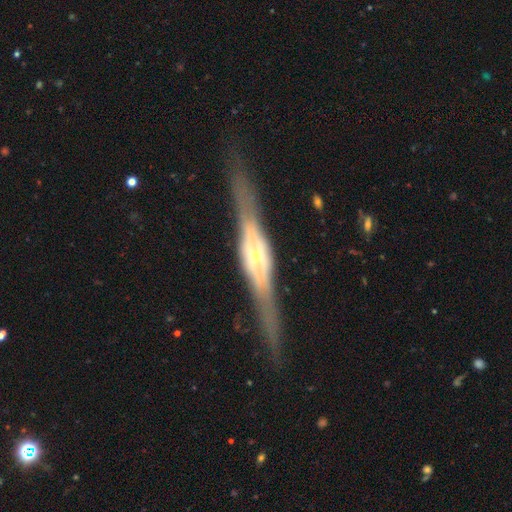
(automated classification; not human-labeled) Smooth or featured? featured or disk (83%)
Edge-on disk? yes (94%)
Edge-on bulge? rounded (72%)
Merging? none (80%)